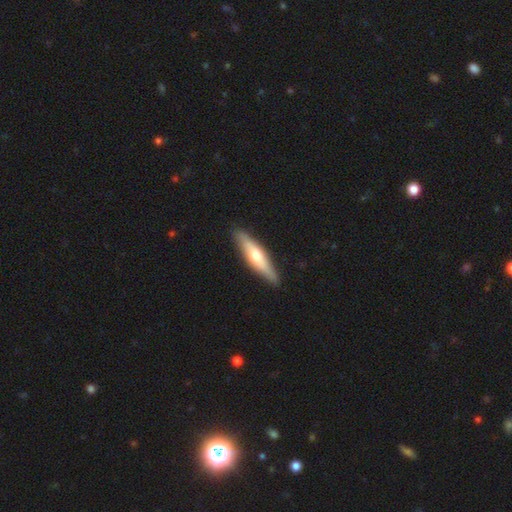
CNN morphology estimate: Smooth or featured? Predicted: featured or disk (p=0.48). Merging? Predicted: none (p=0.89).